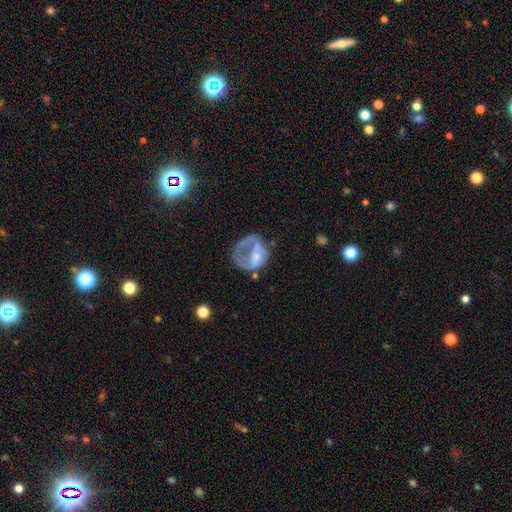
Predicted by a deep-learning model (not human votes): This appears to be a featured or disk galaxy (53%) with no bar (72%), no spiral arms (72%) and a moderate central bulge (34%). Merging: major disturbance (46%).